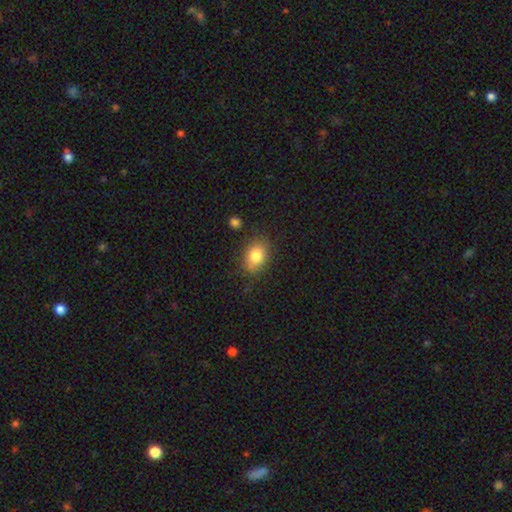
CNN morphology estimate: Smooth or featured? Predicted: smooth (p=0.82). How rounded? Predicted: in between (p=0.67). Merging? Predicted: none (p=0.77).